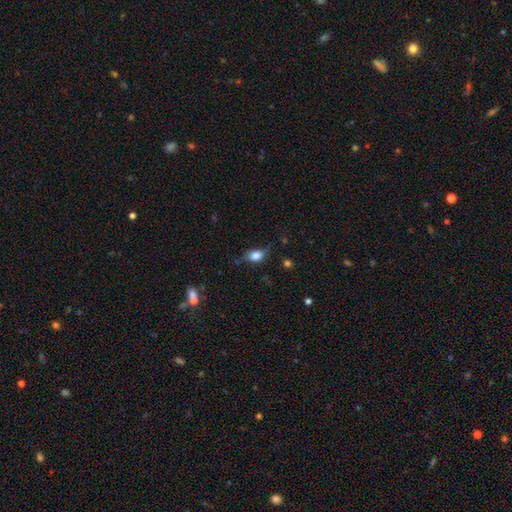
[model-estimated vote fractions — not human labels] Smooth or featured: smooth — 74% (featured or disk — 16%)
How rounded: in between — 73% (round — 22%)
Merging: none — 59% (minor disturbance — 29%)